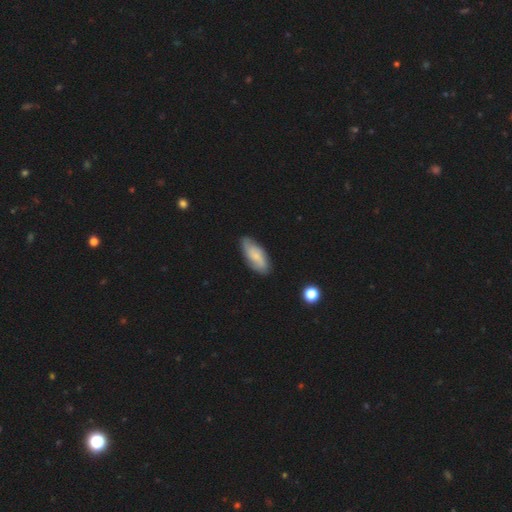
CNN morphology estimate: Smooth or featured?
  - smooth: 55% *
  - featured or disk: 38%
  - star or artifact: 7%
How rounded?
  - in between: 81% *
  - cigar-shaped: 17%
  - round: 2%
Merging?
  - none: 78% *
  - minor disturbance: 17%
  - major disturbance: 3%
  - merger: 2%